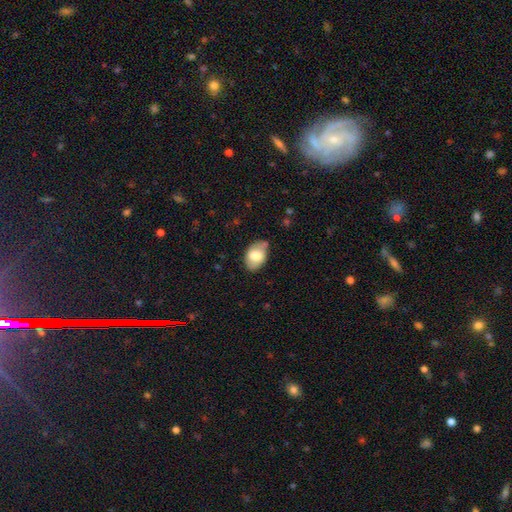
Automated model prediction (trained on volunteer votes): This appears to be a smooth galaxy with no disk features (75%) that is in between round and cigar-shaped (86%). Merging: none (72%).